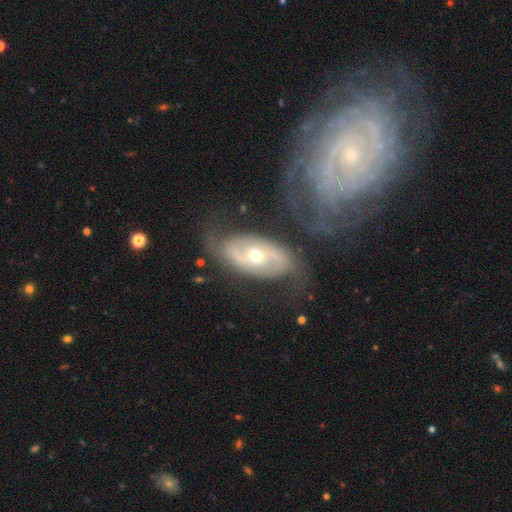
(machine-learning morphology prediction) This appears to be a featured or disk galaxy (79%) with no bar (53%), 2 (78%) medium (38%) spiral arms (83%) and a moderate central bulge (59%). Merging: none (67%).